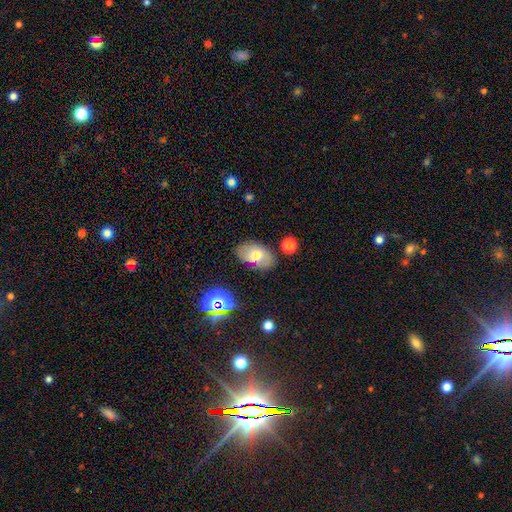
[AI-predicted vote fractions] smooth 65%, featured or disk 24%, star or artifact 11%. Down the decision tree: how rounded — in between (91%); merging — none (75%).